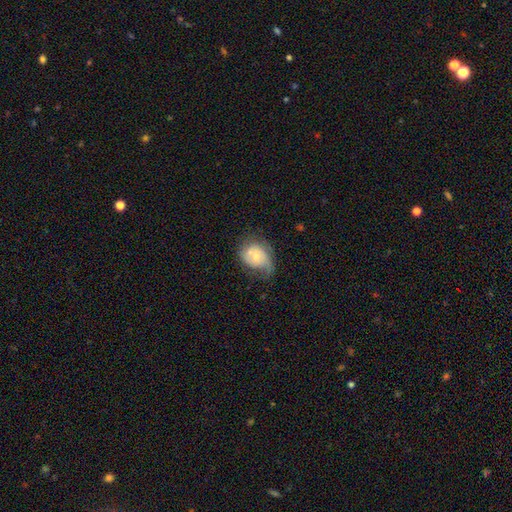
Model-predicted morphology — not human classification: Q: Smooth or featured?
A: featured or disk (53%); runner-up: smooth (39%)
Q: Edge-on disk?
A: no (97%); runner-up: yes (3%)
Q: Bar?
A: no (63%); runner-up: weak (31%)
Q: Spiral arms?
A: yes (77%); runner-up: no (23%)
Q: Bulge size?
A: small (53%); runner-up: moderate (36%)
Q: Merging?
A: none (41%); runner-up: minor disturbance (31%)